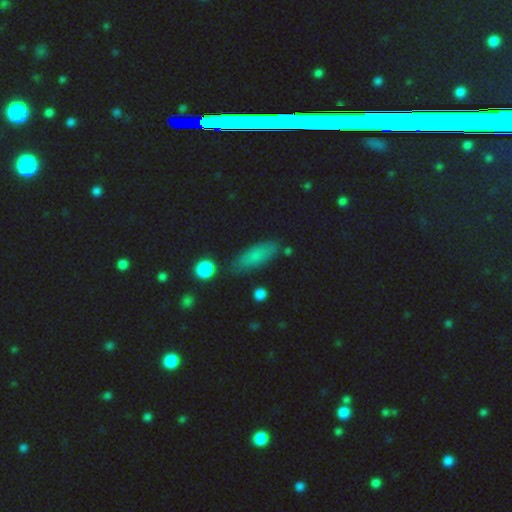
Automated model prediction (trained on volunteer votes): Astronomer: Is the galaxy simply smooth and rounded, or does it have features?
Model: smooth — 73%.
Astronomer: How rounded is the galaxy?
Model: in between — 70%.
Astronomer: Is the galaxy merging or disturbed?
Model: none — 78%.